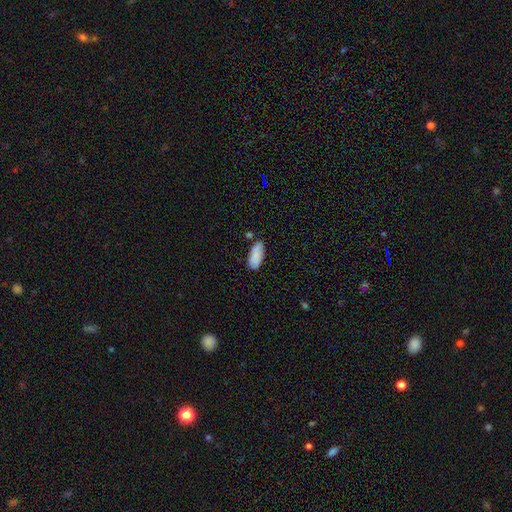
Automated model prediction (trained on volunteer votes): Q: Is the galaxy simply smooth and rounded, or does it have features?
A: smooth — 87%.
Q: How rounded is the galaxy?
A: in between — 84%.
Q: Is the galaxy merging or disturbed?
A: none — 71%.